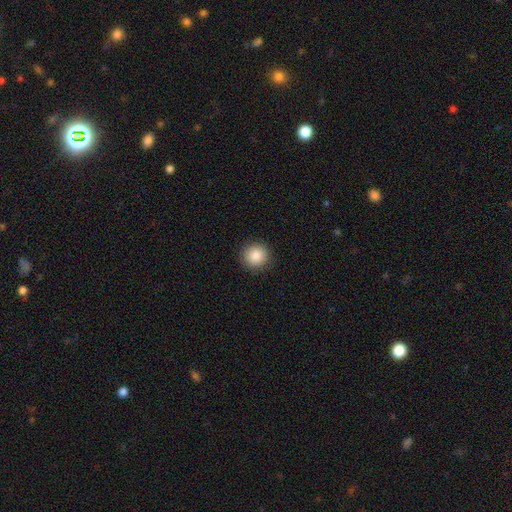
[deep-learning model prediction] Smooth or featured? Predicted: smooth (p=0.87). How rounded? Predicted: round (p=0.94). Merging? Predicted: none (p=0.91).